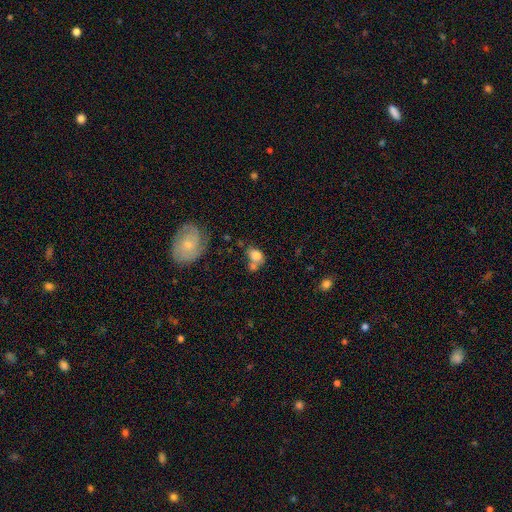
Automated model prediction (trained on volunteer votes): Smooth or featured? smooth (77%)
How rounded? in between (66%)
Merging? merger (40%)